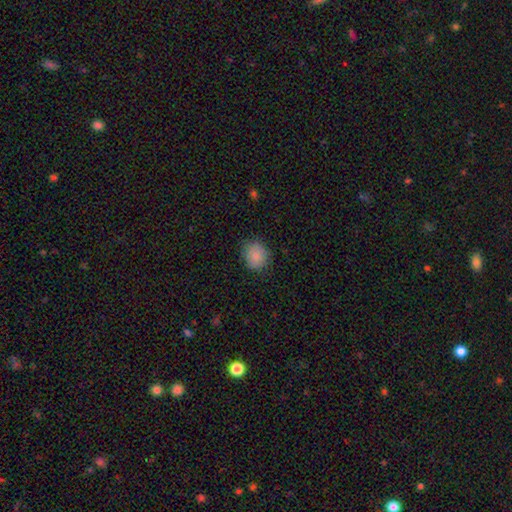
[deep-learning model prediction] This is clearly a smooth galaxy (85%). How rounded: likely round (77%). Merging: clearly none (80%).